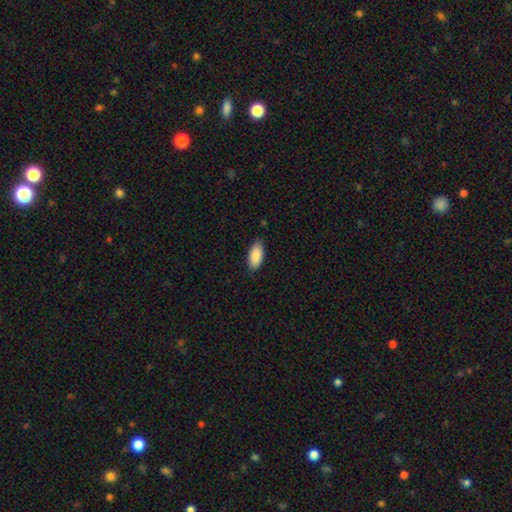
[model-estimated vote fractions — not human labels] This appears to be a smooth galaxy with no disk features (89%) that is in between round and cigar-shaped (90%). Merging: none (84%).